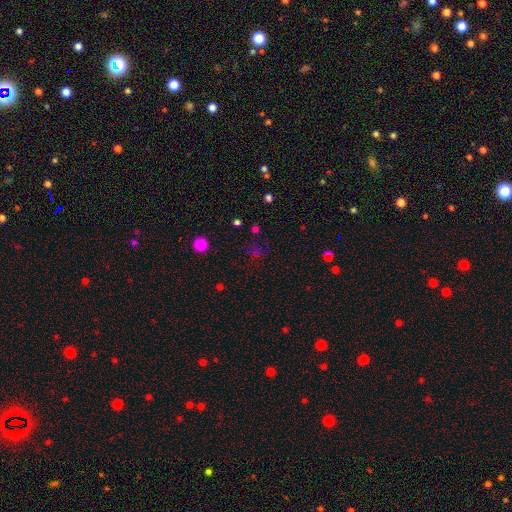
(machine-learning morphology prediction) Q: Smooth or featured?
A: smooth (49%); runner-up: star or artifact (42%)
Q: Merging?
A: none (76%); runner-up: minor disturbance (12%)